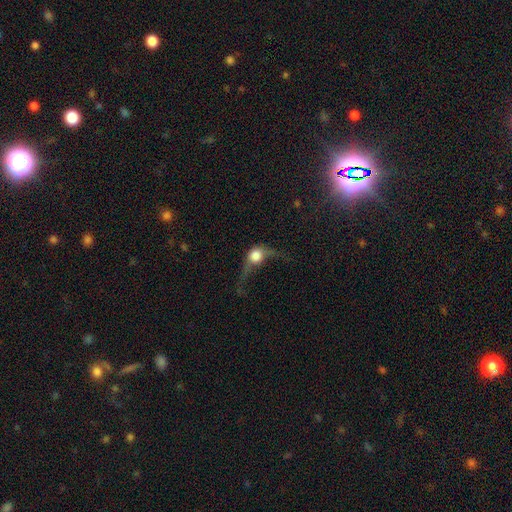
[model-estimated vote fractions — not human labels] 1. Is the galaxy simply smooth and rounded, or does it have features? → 54% smooth, 35% featured or disk, 11% star or artifact.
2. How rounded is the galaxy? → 68% round, 26% in between, 5% cigar-shaped.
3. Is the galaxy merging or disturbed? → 53% major disturbance, 23% none, 19% minor disturbance, 6% merger.